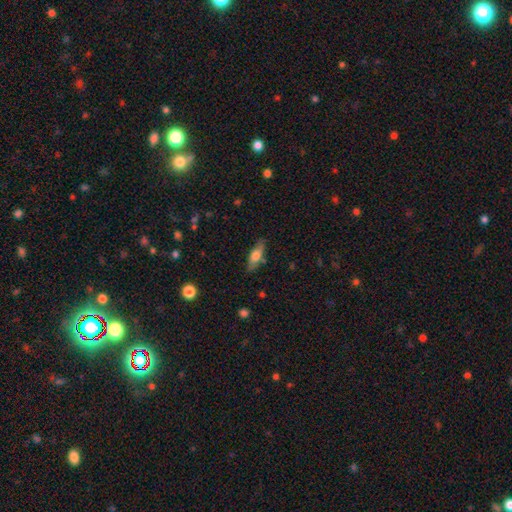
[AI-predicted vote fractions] Overall: smooth (63%; featured or disk 30%). How rounded: in between (56%; cigar-shaped 42%). Merging: none (81%).